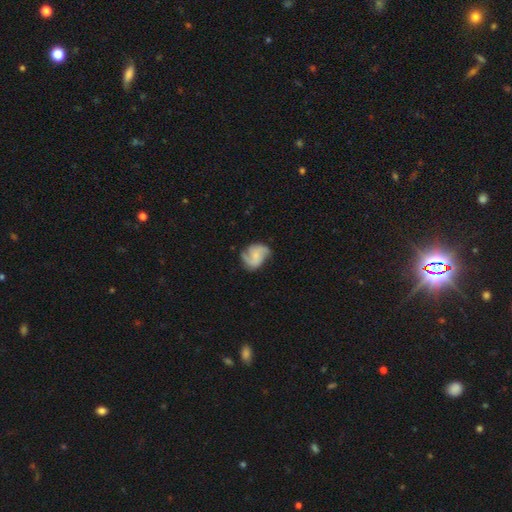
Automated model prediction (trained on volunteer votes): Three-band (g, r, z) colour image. It shows a featured or disk galaxy (67%) with no bar (61%), 2 (71%) medium (44%) spiral arms (92%) and a small central bulge (51%). Merging: none (58%).